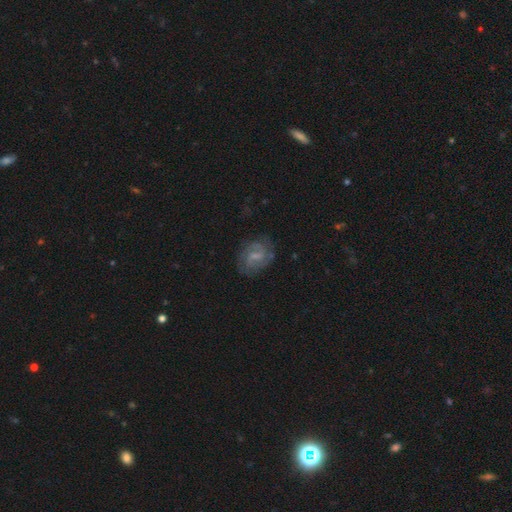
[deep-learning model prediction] Q: Smooth or featured?
A: featured or disk (69%); runner-up: smooth (24%)
Q: Edge-on disk?
A: no (97%); runner-up: yes (3%)
Q: Bar?
A: weak (59%); runner-up: no (25%)
Q: Spiral arms?
A: yes (89%); runner-up: no (11%)
Q: Spiral winding?
A: medium (47%); runner-up: tight (31%)
Q: Spiral arm count?
A: 2 (71%); runner-up: can't tell (16%)
Q: Bulge size?
A: small (47%); runner-up: moderate (25%)
Q: Merging?
A: none (72%); runner-up: minor disturbance (18%)